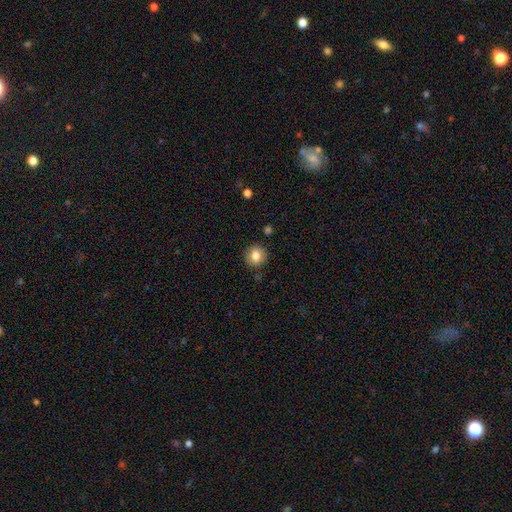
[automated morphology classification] This is clearly a smooth galaxy (82%). How rounded: clearly round (87%). Merging: clearly none (86%).